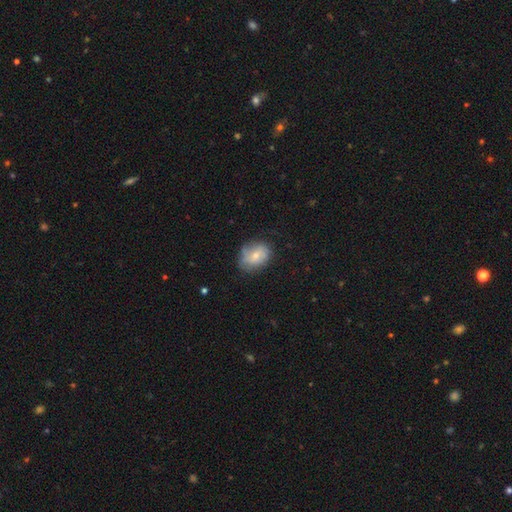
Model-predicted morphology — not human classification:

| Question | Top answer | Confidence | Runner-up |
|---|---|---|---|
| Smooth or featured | smooth | 59% | featured or disk (33%) |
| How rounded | in between | 61% | round (38%) |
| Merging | none | 67% | minor disturbance (24%) |